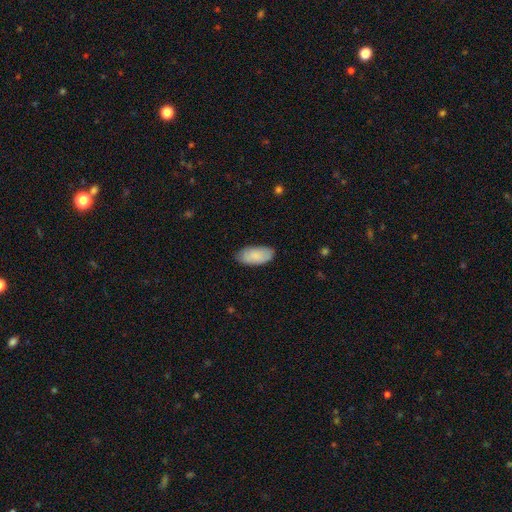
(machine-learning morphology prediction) The model was most divided on "merging": none: 79%, minor disturbance: 17%, major disturbance: 3%, merger: 1%. More confident: how rounded — in between (94%); smooth or featured — smooth (85%).